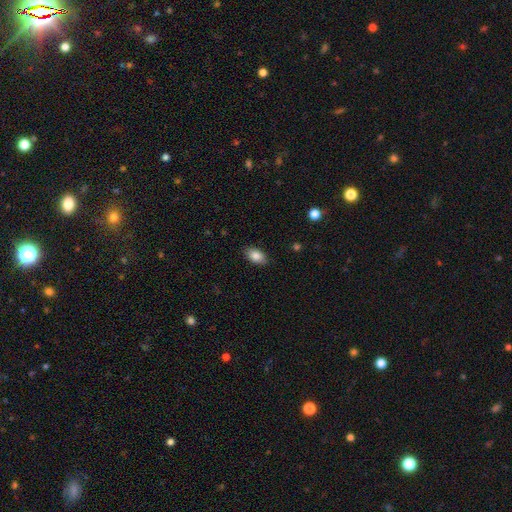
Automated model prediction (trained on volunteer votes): Overall: smooth (86%). How rounded: in between (92%). Merging: none (87%).